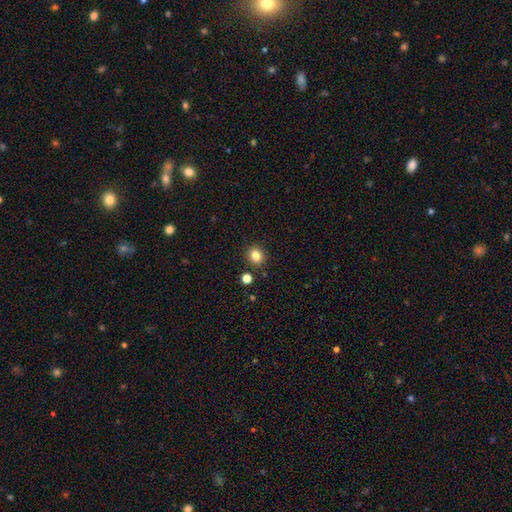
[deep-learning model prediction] Overall: smooth (83%). How rounded: round (75%). Merging: none (88%).